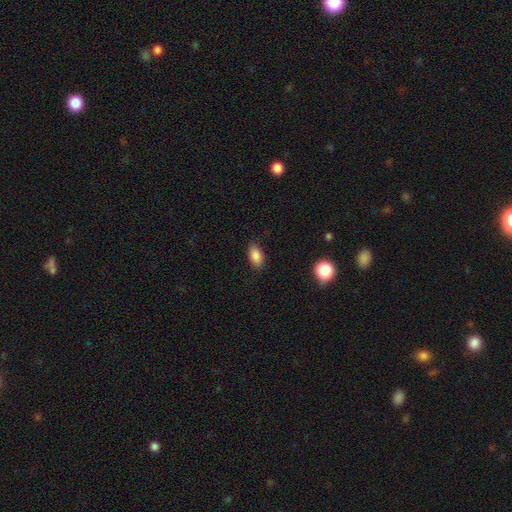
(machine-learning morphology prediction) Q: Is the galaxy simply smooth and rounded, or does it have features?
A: smooth — 87%.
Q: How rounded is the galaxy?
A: in between — 89%.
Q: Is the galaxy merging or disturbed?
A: none — 83%.